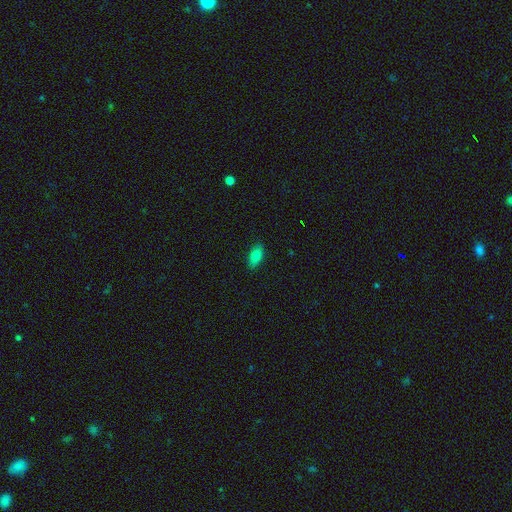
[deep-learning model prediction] A smooth galaxy with no disk features (79%) that is in between round and cigar-shaped (86%). Merging: none (88%).